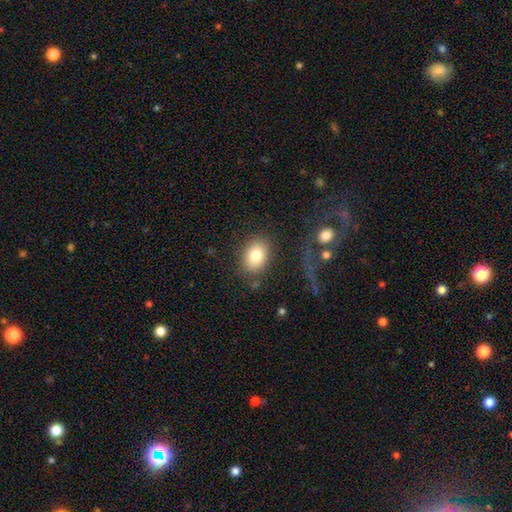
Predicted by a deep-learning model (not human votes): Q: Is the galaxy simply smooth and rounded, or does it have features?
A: smooth — 82%.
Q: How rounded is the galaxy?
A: in between — 71%.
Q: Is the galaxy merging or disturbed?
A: none — 79%.